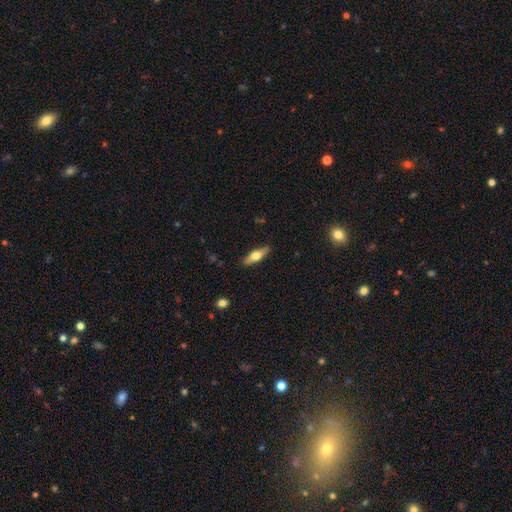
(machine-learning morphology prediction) Smooth or featured? Predicted: smooth (p=0.53). How rounded? Predicted: in between (p=0.50). Merging? Predicted: none (p=0.87).